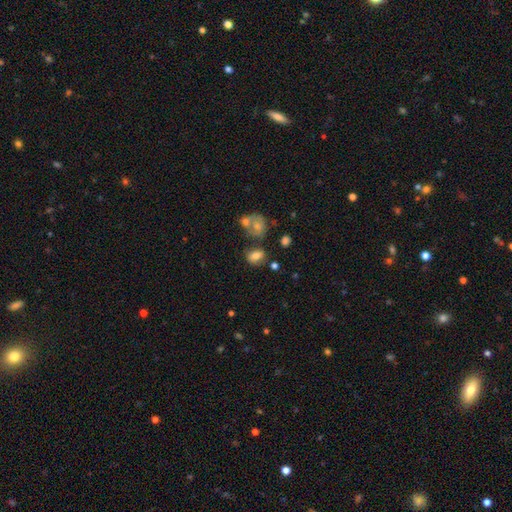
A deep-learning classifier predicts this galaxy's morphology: Smooth or featured? smooth (74%)
How rounded? in between (73%)
Merging? none (58%)